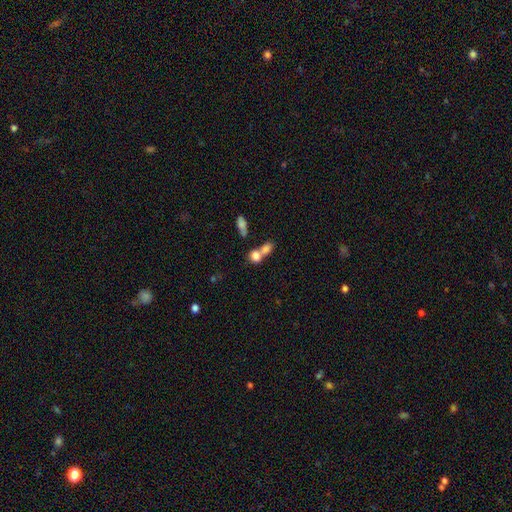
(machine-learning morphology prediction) The model was most divided on "how rounded": round: 50%, in between: 48%, cigar-shaped: 3%. More confident: smooth or featured — smooth (79%); merging — merger (61%).